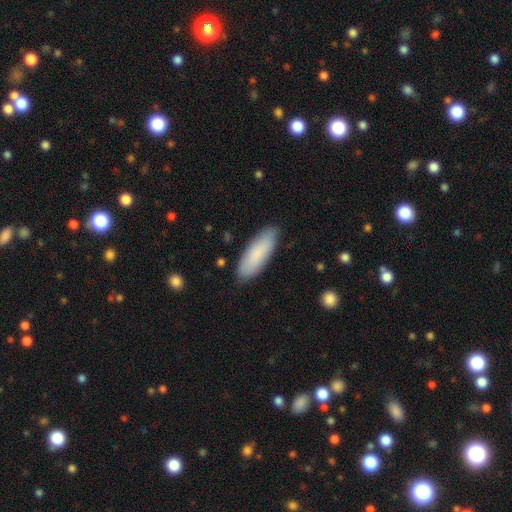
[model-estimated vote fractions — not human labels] Morphology: type=smooth (86%); roundness=in between (60%); merging=none (86%).